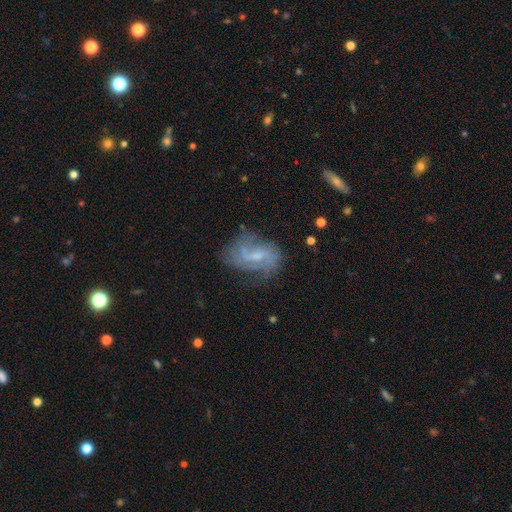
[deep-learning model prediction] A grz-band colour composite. It shows a featured or disk galaxy (75%) with a weak bar (57%), 2 (45%) medium (41%) spiral arms (87%) and a small central bulge (52%). Merging: none (57%).